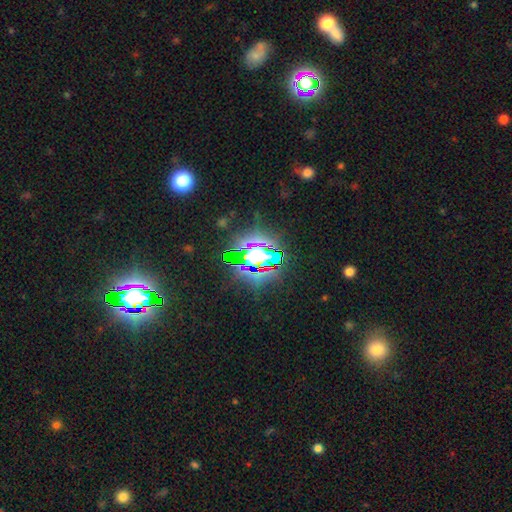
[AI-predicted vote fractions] Overall: star or artifact (71%).